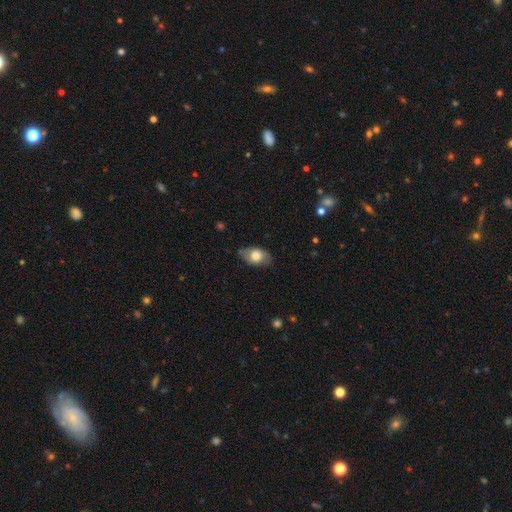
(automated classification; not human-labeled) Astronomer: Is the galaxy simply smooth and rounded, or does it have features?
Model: smooth — 73%.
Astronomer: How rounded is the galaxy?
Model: in between — 88%.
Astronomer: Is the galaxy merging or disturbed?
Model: none — 73%.